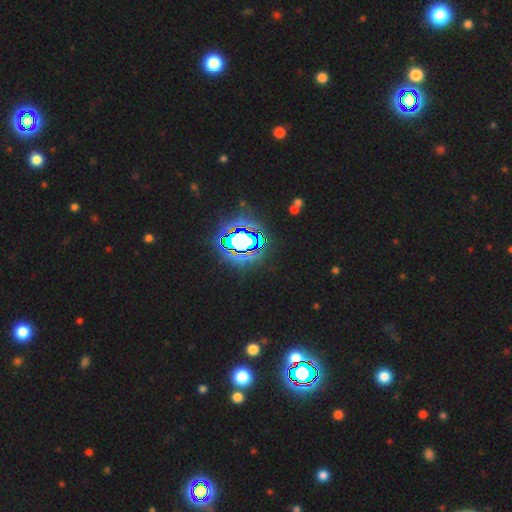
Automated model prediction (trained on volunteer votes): The model was most divided on "smooth or featured": star or artifact: 84%, smooth: 10%, featured or disk: 6%.